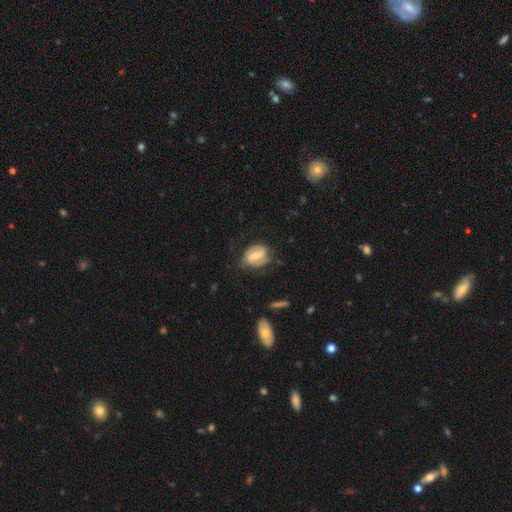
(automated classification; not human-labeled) The model was most divided on "bulge size": small: 40%, moderate: 36%, none: 17%, large: 6%, dominant: 1%. Remaining: edge-on disk — no (96%); spiral arms — yes (84%); smooth or featured — featured or disk (61%); merging — none (60%); bar — weak (44%).